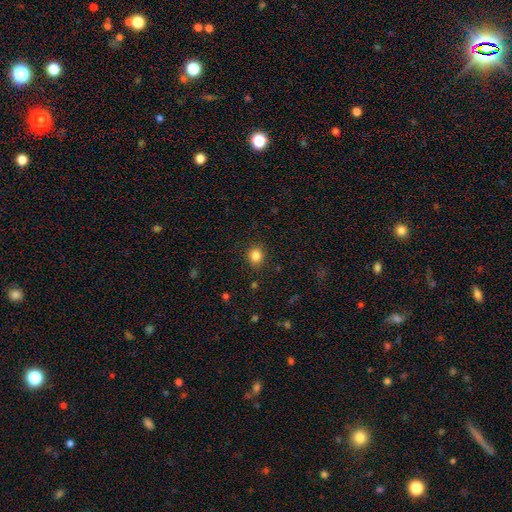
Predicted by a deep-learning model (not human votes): Overall: smooth (84%). How rounded: round (69%; in between 30%). Merging: none (88%).